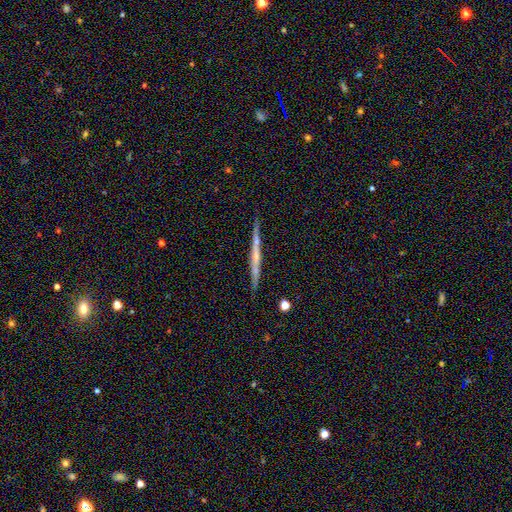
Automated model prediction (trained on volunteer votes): The model was most divided on "smooth or featured": featured or disk: 62%, smooth: 29%, star or artifact: 9%. More confident: edge-on disk — yes (97%); merging — none (88%); edge-on bulge — none (64%).